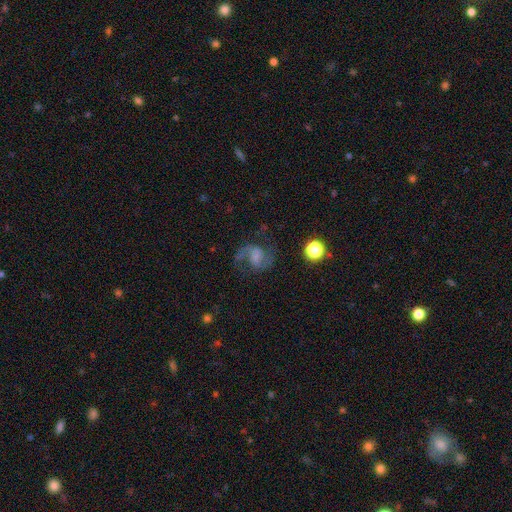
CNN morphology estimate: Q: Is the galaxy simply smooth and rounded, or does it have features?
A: featured or disk — 76%.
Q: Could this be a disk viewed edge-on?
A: no — 98%.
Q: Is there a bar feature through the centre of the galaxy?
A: weak — 46%.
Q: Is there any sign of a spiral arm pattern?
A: yes — 94%.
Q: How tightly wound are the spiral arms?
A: medium — 48%.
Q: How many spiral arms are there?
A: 2 — 89%.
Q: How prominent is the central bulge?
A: none — 43%.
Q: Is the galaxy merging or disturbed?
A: none — 66%.